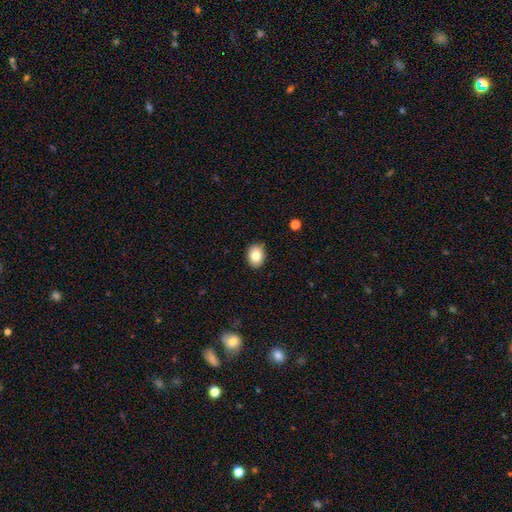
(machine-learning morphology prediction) type=smooth (82%); roundness=in between (59%); merging=none (87%).